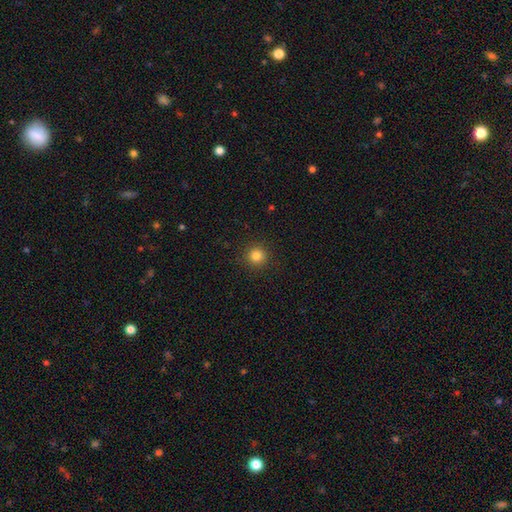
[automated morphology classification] type=smooth (82%); roundness=round (95%); merging=none (91%).